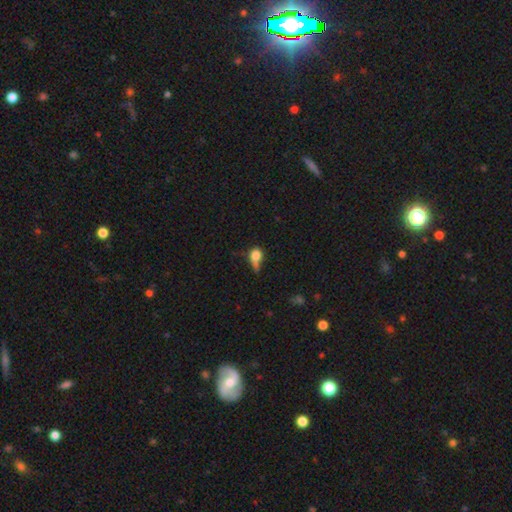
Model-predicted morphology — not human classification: Smooth or featured: smooth — 70% (featured or disk — 17%)
How rounded: round — 58% (in between — 36%)
Merging: major disturbance — 30% (none — 29%)